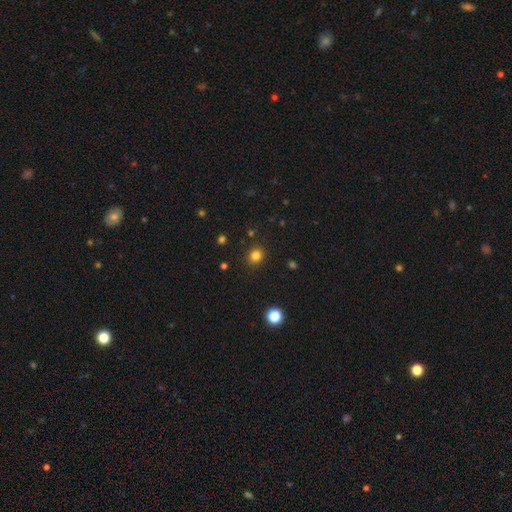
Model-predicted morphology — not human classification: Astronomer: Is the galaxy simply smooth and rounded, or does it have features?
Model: smooth — 82%.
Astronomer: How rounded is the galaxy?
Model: round — 80%.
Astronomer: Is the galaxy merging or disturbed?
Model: none — 90%.